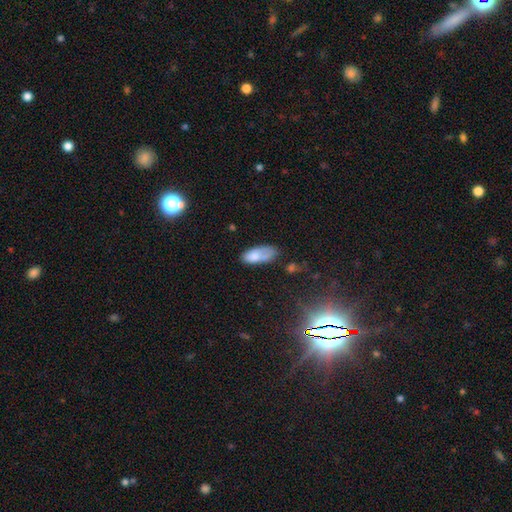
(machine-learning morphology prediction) Smooth or featured: smooth — 73% (featured or disk — 18%)
How rounded: in between — 84% (cigar-shaped — 13%)
Merging: none — 42% (minor disturbance — 31%)